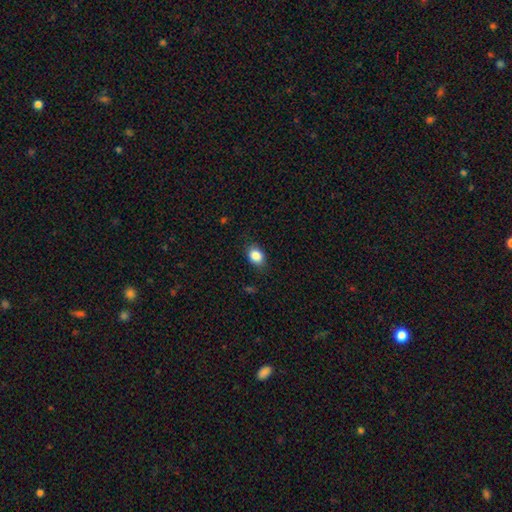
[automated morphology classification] The model was most divided on "how rounded": in between: 66%, round: 33%, cigar-shaped: 1%. More confident: smooth or featured — smooth (86%); merging — none (83%).